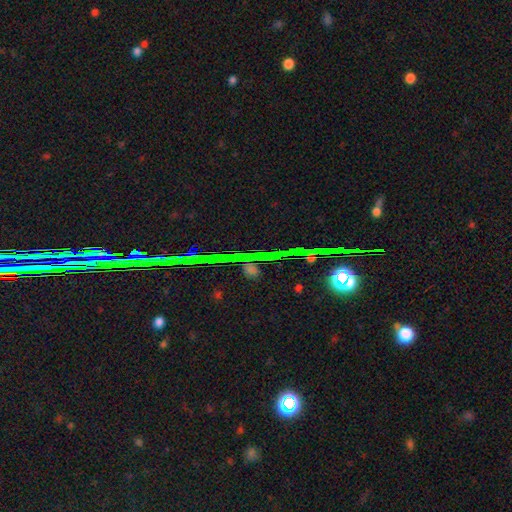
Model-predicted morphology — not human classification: Smooth or featured? star or artifact (76%)